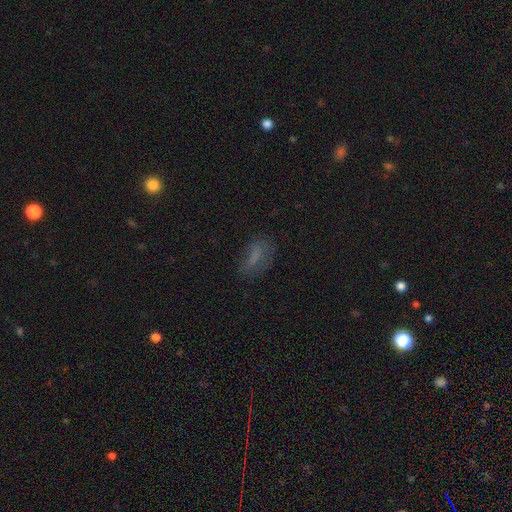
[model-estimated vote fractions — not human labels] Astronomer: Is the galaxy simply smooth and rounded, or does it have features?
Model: smooth — 61%.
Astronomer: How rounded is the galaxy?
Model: in between — 71%.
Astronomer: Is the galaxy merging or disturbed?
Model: none — 55%.